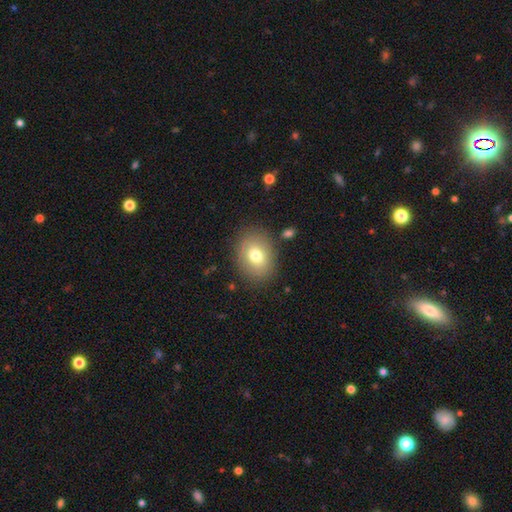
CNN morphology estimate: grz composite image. It shows a smooth galaxy with no disk features (75%) that is in between round and cigar-shaped (64%). Merging: none (84%).